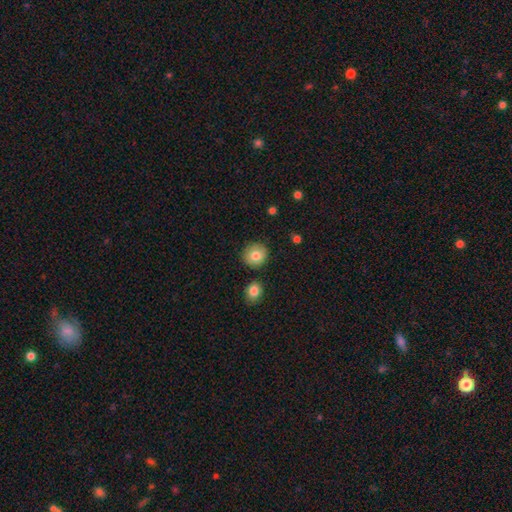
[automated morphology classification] smooth-or-featured: smooth: 80% | featured or disk: 11% | star or artifact: 8%
  how-rounded: round: 88% | in between: 11% | cigar-shaped: 1%
  merging: none: 86% | minor disturbance: 8% | merger: 4% | major disturbance: 2%